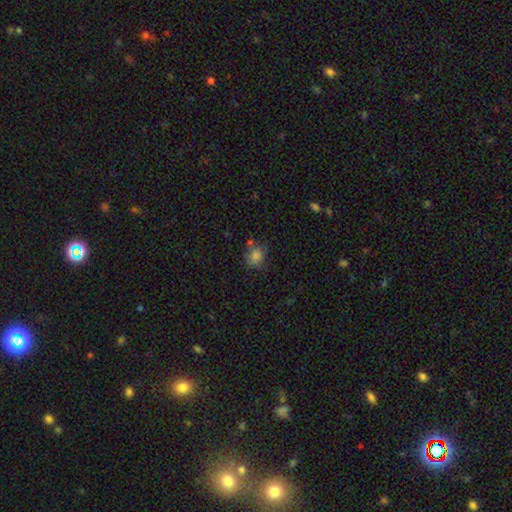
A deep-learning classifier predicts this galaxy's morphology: This appears to be a smooth galaxy with no disk features (82%) that is round (67%). Merging: none (64%).